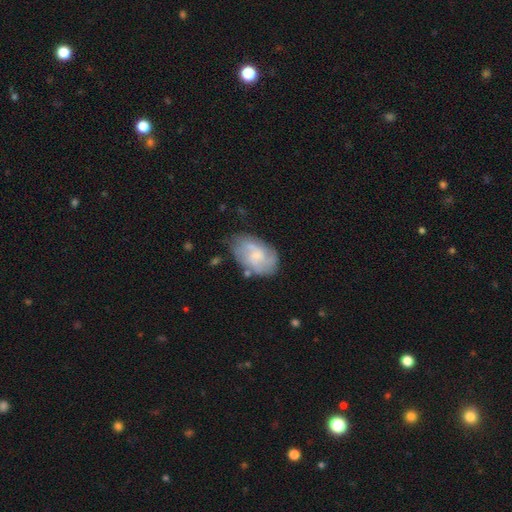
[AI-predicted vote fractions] Smooth or featured? featured or disk (56%)
Edge-on disk? no (97%)
Bar? no (58%)
Spiral arms? yes (78%)
Bulge size? small (40%)
Merging? none (59%)